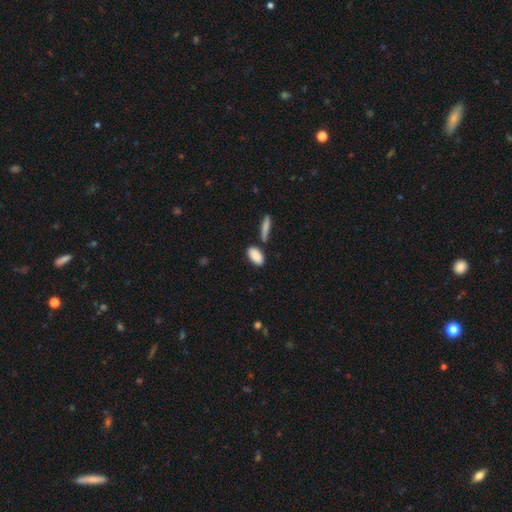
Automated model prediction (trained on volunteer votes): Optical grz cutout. It shows a smooth galaxy with no disk features (87%) that is in between round and cigar-shaped (90%). Merging: none (70%).